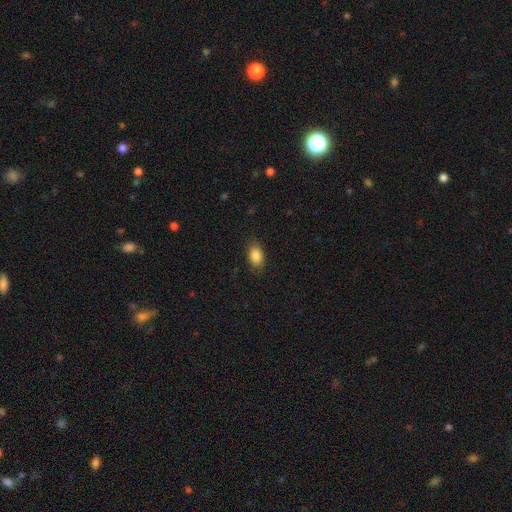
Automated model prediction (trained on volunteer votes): This appears to be a smooth galaxy with no disk features (87%) that is in between round and cigar-shaped (88%). Merging: none (85%).